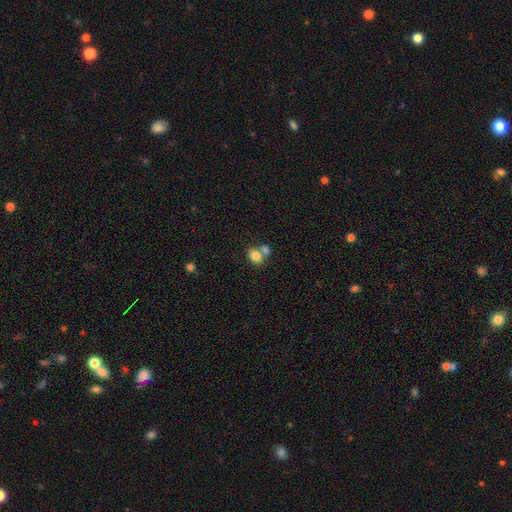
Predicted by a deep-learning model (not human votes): smooth 82%, star or artifact 10%, featured or disk 8%. Down the decision tree: how rounded — in between (54%); merging — none (44%, tied with merger).